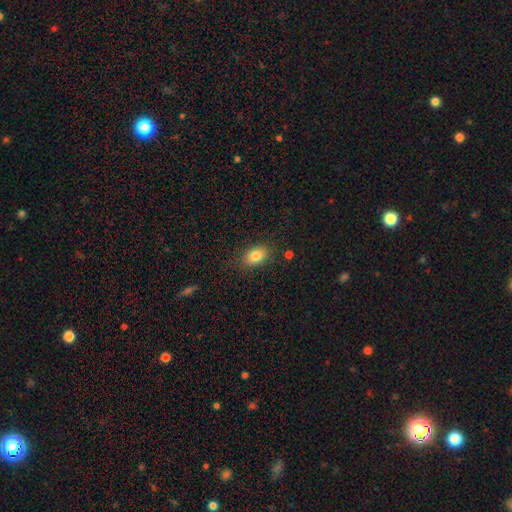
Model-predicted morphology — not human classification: Smooth or featured? smooth (82%)
How rounded? in between (82%)
Merging? none (83%)